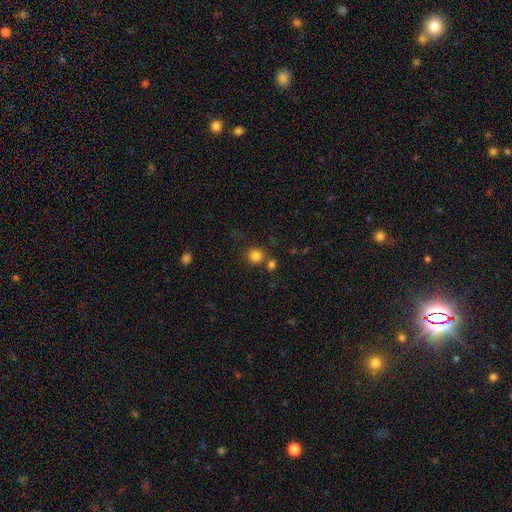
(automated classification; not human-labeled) This is clearly a smooth galaxy (82%). How rounded: clearly round (90%). Merging: likely none (72%).